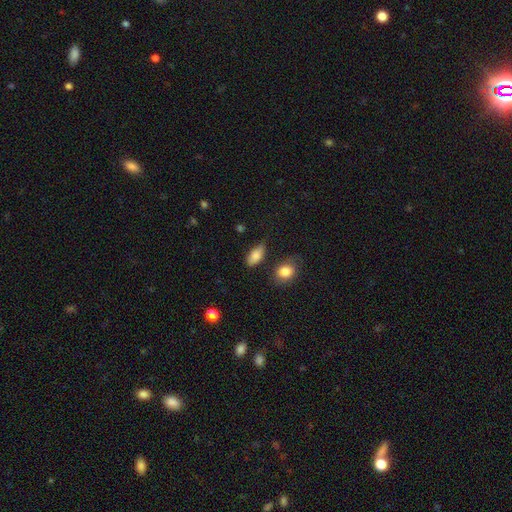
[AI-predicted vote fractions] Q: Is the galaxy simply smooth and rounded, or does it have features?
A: smooth — 83%.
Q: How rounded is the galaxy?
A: in between — 90%.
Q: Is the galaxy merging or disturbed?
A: none — 70%.